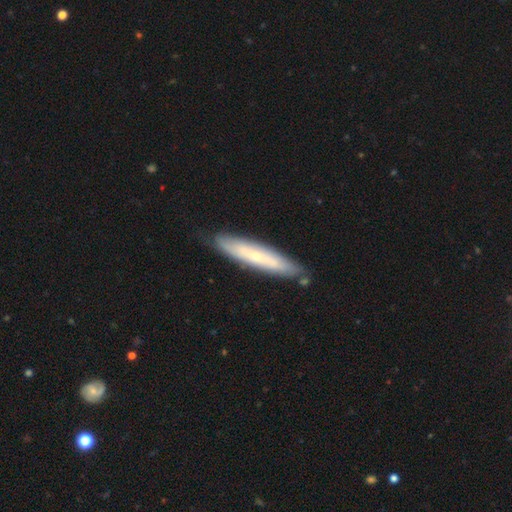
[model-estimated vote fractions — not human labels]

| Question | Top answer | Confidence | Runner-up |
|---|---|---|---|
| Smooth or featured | featured or disk | 48% | smooth (46%) |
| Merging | none | 82% | minor disturbance (13%) |